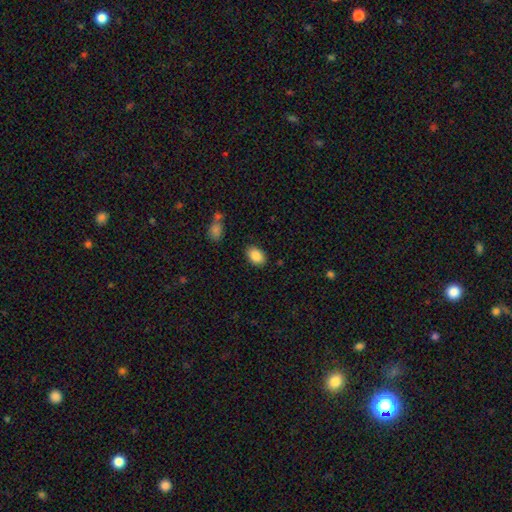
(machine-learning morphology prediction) A smooth galaxy with no disk features (87%) that is in between round and cigar-shaped (85%). Merging: none (85%).